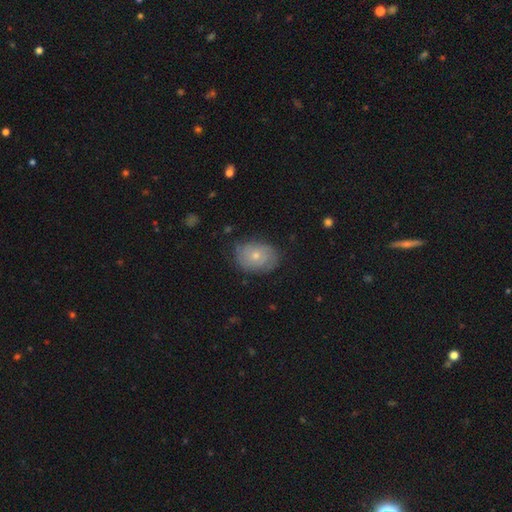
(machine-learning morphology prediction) smooth-or-featured: featured or disk: 48% | smooth: 44% | star or artifact: 8%
  merging: none: 74% | minor disturbance: 19% | major disturbance: 5% | merger: 1%